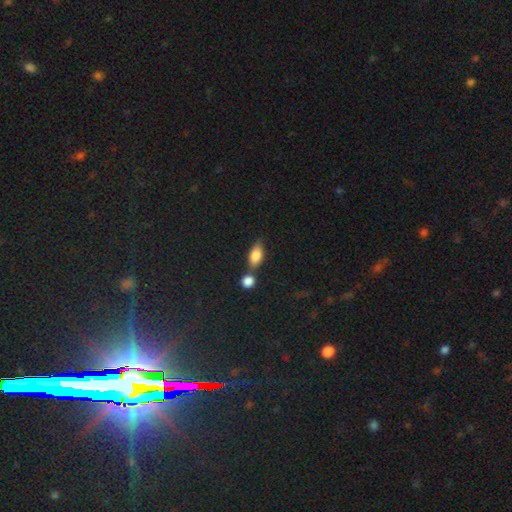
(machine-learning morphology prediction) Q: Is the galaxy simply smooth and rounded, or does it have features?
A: smooth — 81%.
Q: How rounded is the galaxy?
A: in between — 83%.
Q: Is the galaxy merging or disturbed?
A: none — 56%.